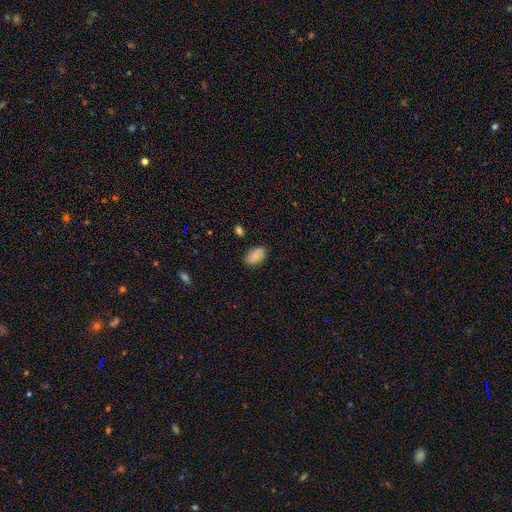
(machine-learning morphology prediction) smooth-or-featured: smooth: 86% | star or artifact: 8% | featured or disk: 6%
  how-rounded: in between: 92% | round: 7% | cigar-shaped: 1%
  merging: none: 83% | minor disturbance: 12% | major disturbance: 3% | merger: 2%